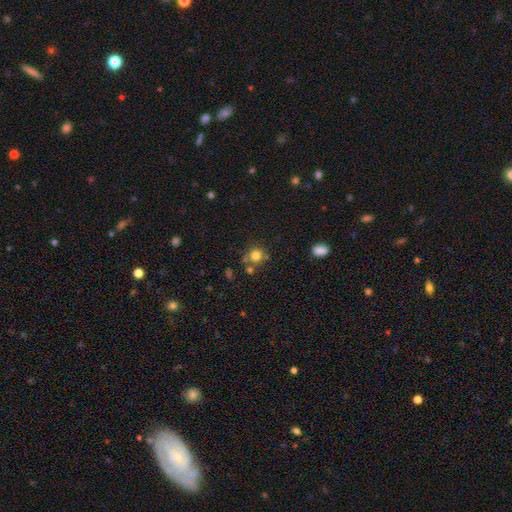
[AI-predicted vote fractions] smooth 78%, star or artifact 13%, featured or disk 8%. Down the decision tree: how rounded — round (90%); merging — none (68%).